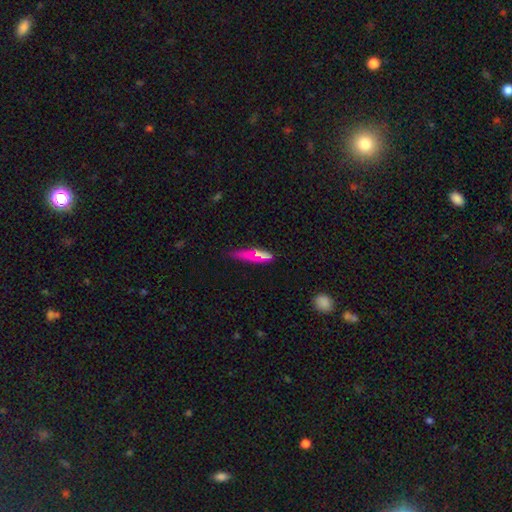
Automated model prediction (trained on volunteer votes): Smooth or featured?
  - smooth: 60% *
  - featured or disk: 24%
  - star or artifact: 16%
How rounded?
  - cigar-shaped: 69% *
  - in between: 25%
  - round: 6%
Merging?
  - none: 67% *
  - minor disturbance: 20%
  - major disturbance: 7%
  - merger: 6%